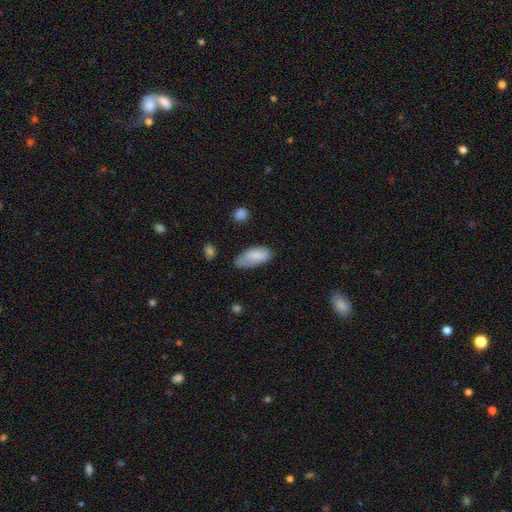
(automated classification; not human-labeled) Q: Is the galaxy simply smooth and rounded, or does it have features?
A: smooth — 80%.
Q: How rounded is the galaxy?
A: in between — 90%.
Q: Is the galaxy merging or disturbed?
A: none — 60%.